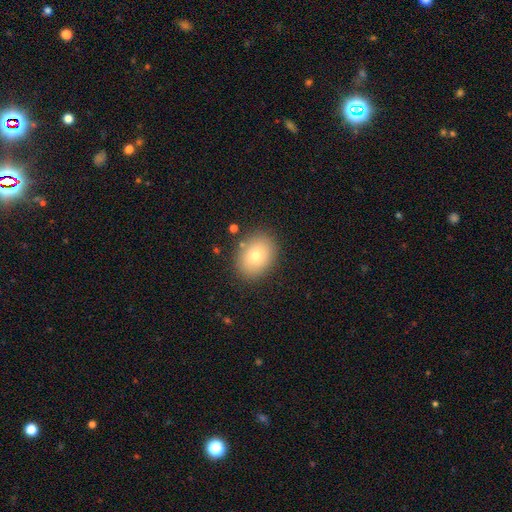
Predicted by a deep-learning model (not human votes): Smooth or featured? Predicted: smooth (p=0.77). How rounded? Predicted: in between (p=0.63). Merging? Predicted: none (p=0.85).